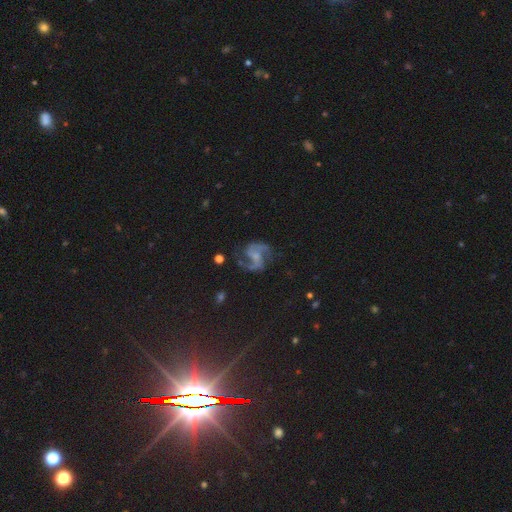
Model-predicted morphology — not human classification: A featured or disk galaxy (86%) with a weak bar (44%), 2 (89%) medium (54%) spiral arms (97%) and a small central bulge (44%). Merging: none (68%).